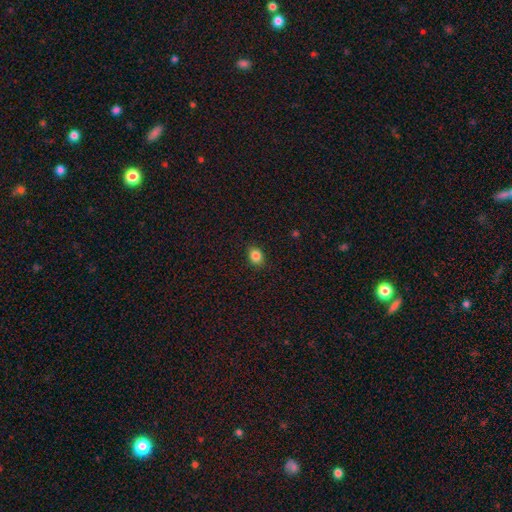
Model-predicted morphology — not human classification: Smooth or featured?
  - smooth: 84% *
  - star or artifact: 10%
  - featured or disk: 5%
How rounded?
  - in between: 55% *
  - round: 44%
  - cigar-shaped: 1%
Merging?
  - none: 89% *
  - minor disturbance: 8%
  - major disturbance: 2%
  - merger: 1%